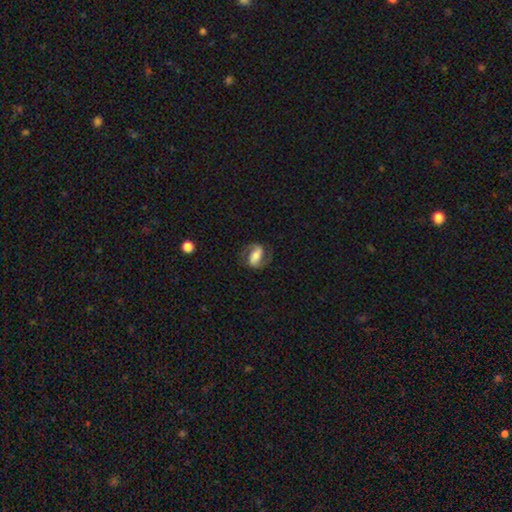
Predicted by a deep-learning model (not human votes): Q: Smooth or featured?
A: featured or disk (72%); runner-up: smooth (21%)
Q: Edge-on disk?
A: no (96%); runner-up: yes (4%)
Q: Bar?
A: strong (48%); runner-up: weak (31%)
Q: Spiral arms?
A: yes (92%); runner-up: no (8%)
Q: Spiral winding?
A: medium (52%); runner-up: loose (25%)
Q: Spiral arm count?
A: 2 (90%); runner-up: 1 (3%)
Q: Bulge size?
A: moderate (41%); runner-up: large (26%)
Q: Merging?
A: none (74%); runner-up: minor disturbance (15%)